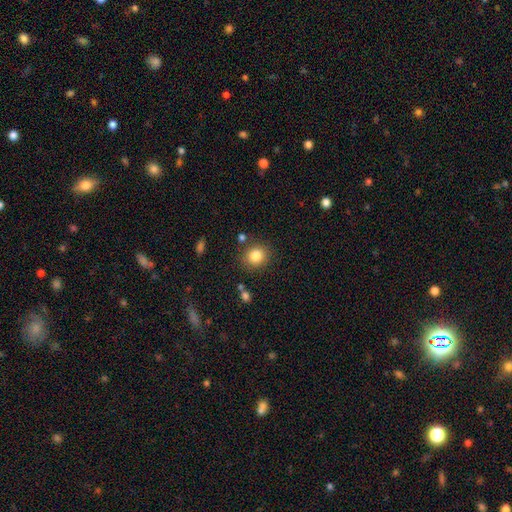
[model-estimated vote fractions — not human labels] Smooth or featured? smooth (83%)
How rounded? round (78%)
Merging? none (83%)